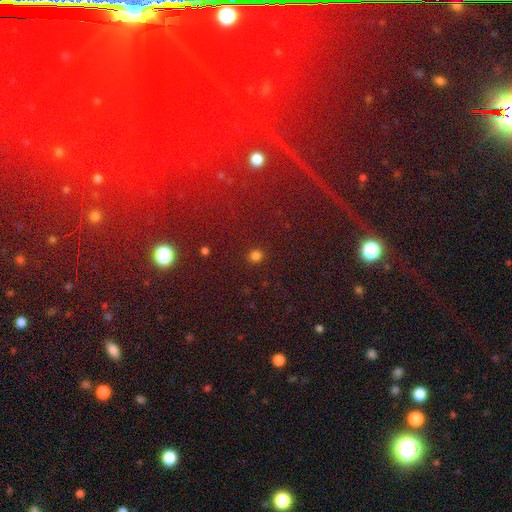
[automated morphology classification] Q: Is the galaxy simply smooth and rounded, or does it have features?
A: smooth — 79%.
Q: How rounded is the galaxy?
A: round — 86%.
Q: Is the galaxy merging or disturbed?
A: none — 90%.